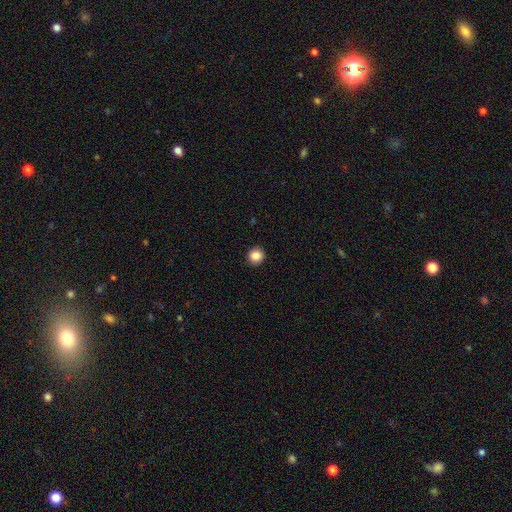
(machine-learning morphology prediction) type=smooth (86%); roundness=round (93%); merging=none (93%).